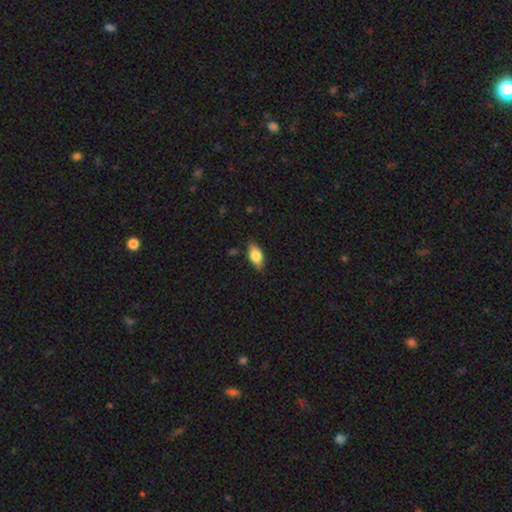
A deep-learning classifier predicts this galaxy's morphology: smooth_or_featured: smooth (p=0.68) [alt: featured or disk p=0.25]
how_rounded: in between (p=0.85) [alt: cigar-shaped p=0.11]
merging: none (p=0.82) [alt: minor disturbance p=0.14]